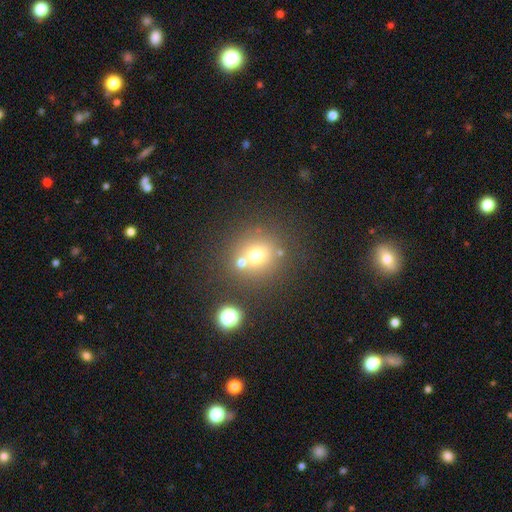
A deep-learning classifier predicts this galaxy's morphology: Smooth or featured? smooth (66%)
How rounded? round (86%)
Merging? none (65%)